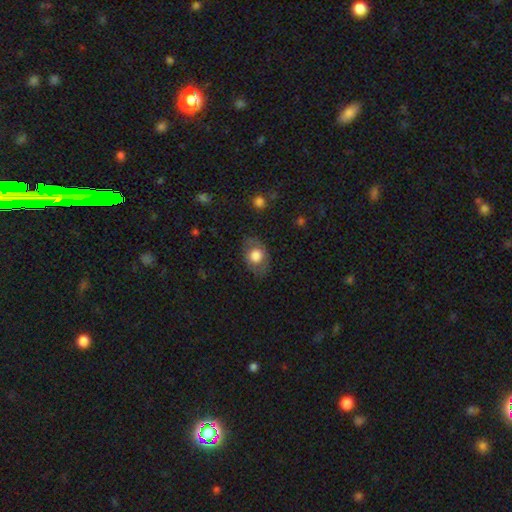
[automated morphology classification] smooth 71%, featured or disk 22%, star or artifact 7%. Down the decision tree: how rounded — in between (67%); merging — none (75%).